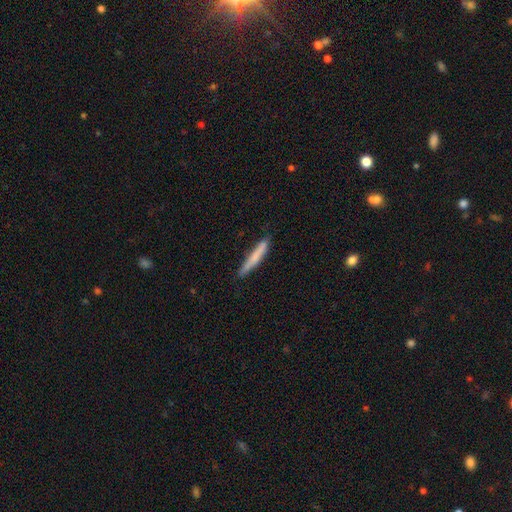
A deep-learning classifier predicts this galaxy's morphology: Q: Smooth or featured?
A: smooth (70%); runner-up: featured or disk (24%)
Q: How rounded?
A: cigar-shaped (95%); runner-up: in between (3%)
Q: Merging?
A: none (84%); runner-up: minor disturbance (13%)